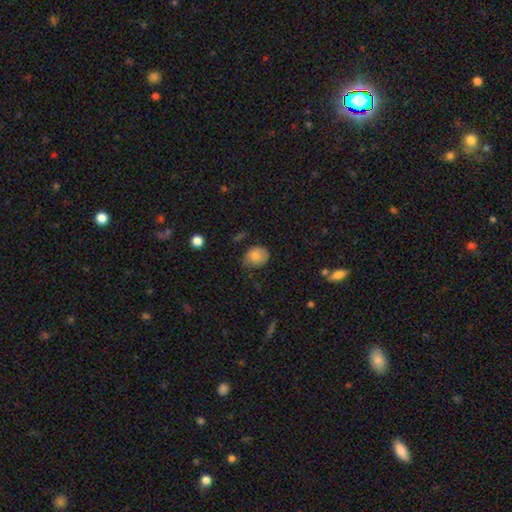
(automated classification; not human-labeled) Smooth or featured?
  - smooth: 83% *
  - featured or disk: 9%
  - star or artifact: 9%
How rounded?
  - in between: 50% * (tied)
  - round: 50% * (tied)
  - cigar-shaped: 1%
Merging?
  - none: 58% *
  - minor disturbance: 33%
  - major disturbance: 8%
  - merger: 2%